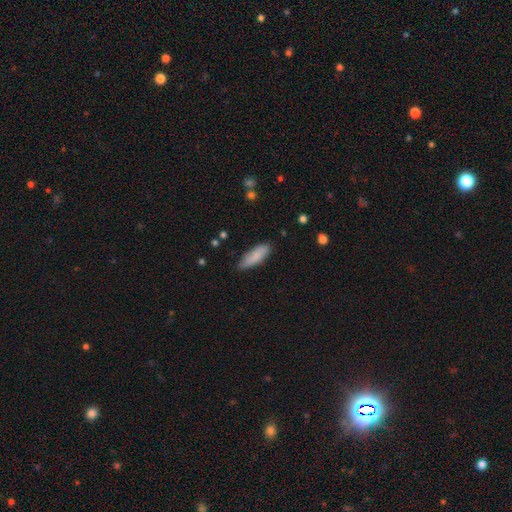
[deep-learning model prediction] smooth_or_featured: smooth (p=0.85) [alt: featured or disk p=0.09]
how_rounded: in between (p=0.55) [alt: cigar-shaped p=0.44]
merging: none (p=0.77) [alt: minor disturbance p=0.19]